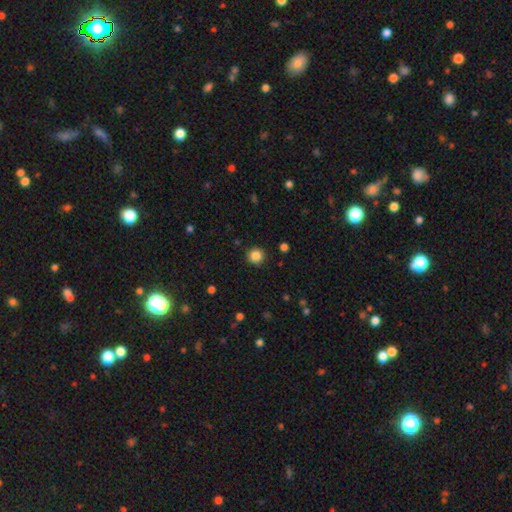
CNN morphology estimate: smooth-or-featured: smooth: 86% | star or artifact: 11% | featured or disk: 4%
  how-rounded: round: 94% | in between: 5% | cigar-shaped: 1%
  merging: none: 92% | minor disturbance: 5% | major disturbance: 2% | merger: 1%